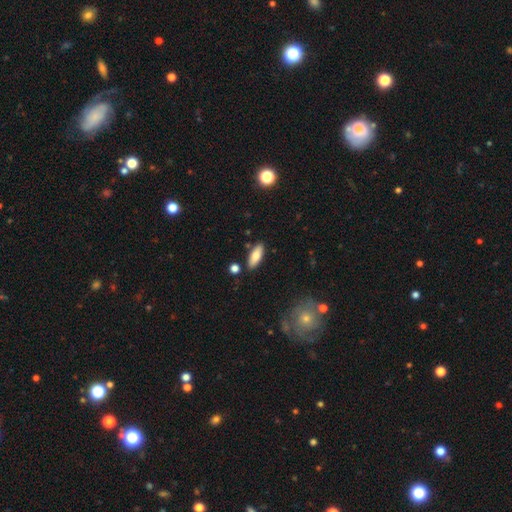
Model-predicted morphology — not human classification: type=smooth (76%); roundness=in between (72%); merging=none (85%).